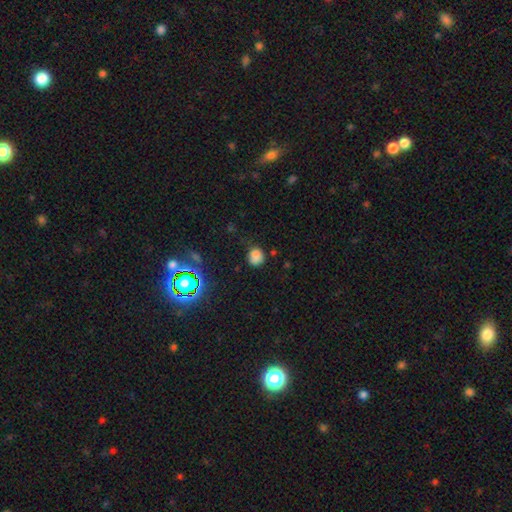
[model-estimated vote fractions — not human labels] Smooth or featured? smooth (76%)
How rounded? round (76%)
Merging? none (63%)